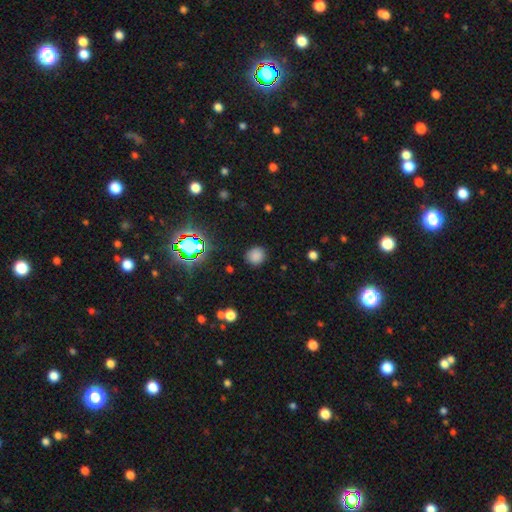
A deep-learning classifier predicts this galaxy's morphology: Q: Smooth or featured?
A: smooth (79%); runner-up: star or artifact (16%)
Q: How rounded?
A: round (83%); runner-up: in between (16%)
Q: Merging?
A: none (86%); runner-up: minor disturbance (9%)